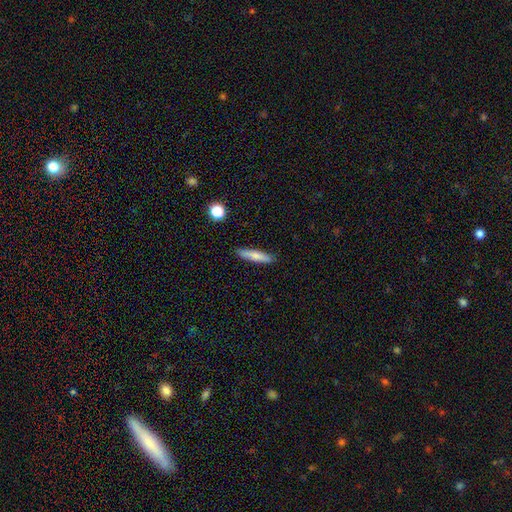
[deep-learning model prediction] Smooth or featured: smooth — 72% (featured or disk — 21%)
How rounded: cigar-shaped — 85% (in between — 14%)
Merging: none — 89% (minor disturbance — 8%)